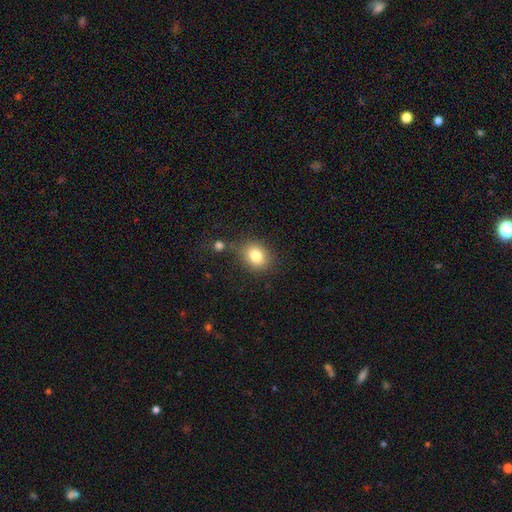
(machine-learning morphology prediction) Smooth or featured? smooth (81%)
How rounded? round (60%)
Merging? none (70%)